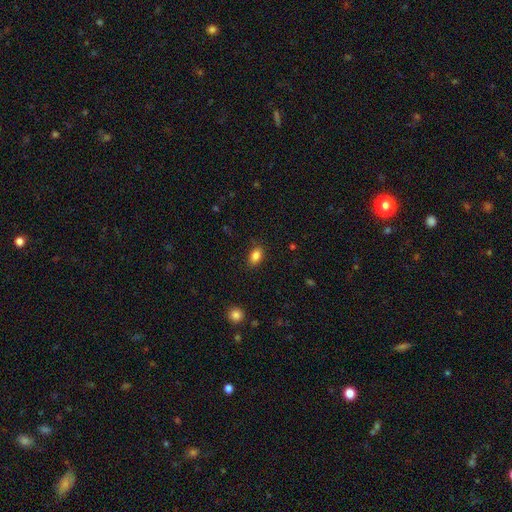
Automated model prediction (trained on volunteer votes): A smooth galaxy with no disk features (85%) that is in between round and cigar-shaped (86%).

Vote fractions:
- Smooth or featured? smooth: 85% / star or artifact: 9% / featured or disk: 5%
- How rounded? in between: 86% / round: 12% / cigar-shaped: 2%
- Merging? none: 85% / minor disturbance: 11% / major disturbance: 3% / merger: 1%